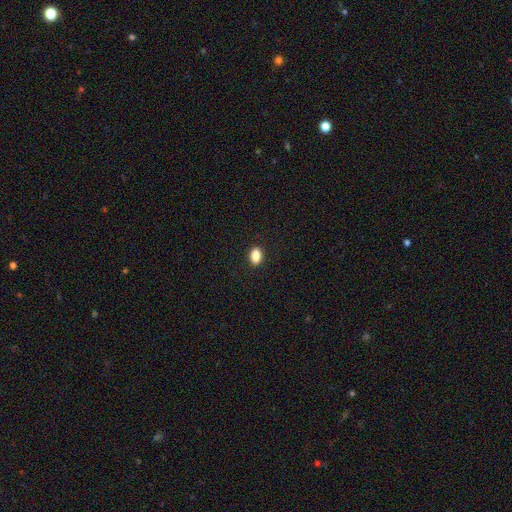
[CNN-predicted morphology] This appears to be a smooth galaxy with no disk features (87%) that is in between round and cigar-shaped (83%). Merging: none (90%).